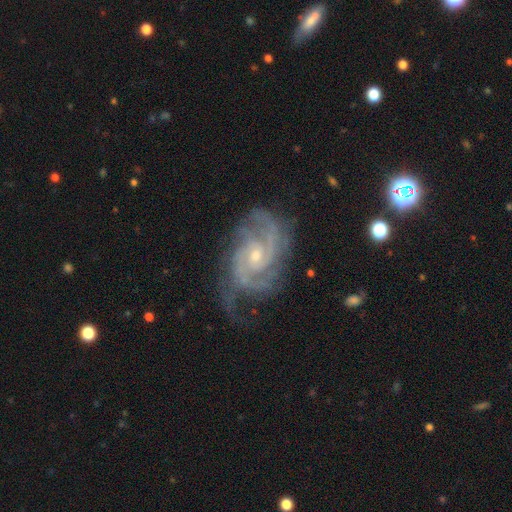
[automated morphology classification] smooth_or_featured: featured or disk (p=0.92) [alt: star or artifact p=0.05]
disk_edge_on: no (p=0.97) [alt: yes p=0.03]
bar: no (p=0.58) [alt: weak p=0.35]
has_spiral_arms: yes (p=0.98) [alt: no p=0.02]
spiral_winding: tight (p=0.51) [alt: medium p=0.42]
spiral_arm_count: 2 (p=0.40) [alt: 3 p=0.27]
bulge_size: small (p=0.62) [alt: moderate p=0.35]
merging: none (p=0.66) [alt: minor disturbance p=0.22]